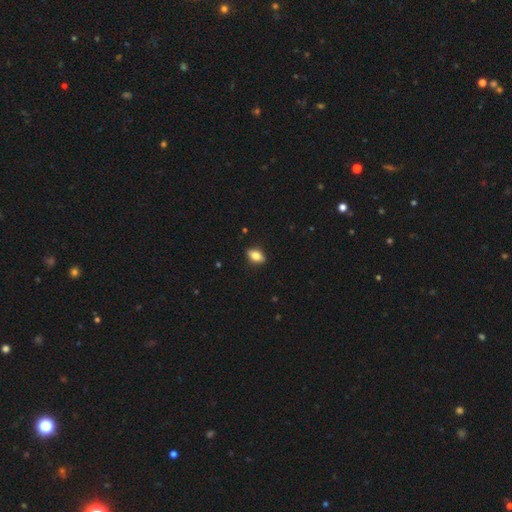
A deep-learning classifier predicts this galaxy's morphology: smooth-or-featured: smooth: 71% | featured or disk: 20% | star or artifact: 8%
  how-rounded: in between: 83% | round: 10% | cigar-shaped: 6%
  merging: none: 86% | minor disturbance: 11% | major disturbance: 2% | merger: 1%